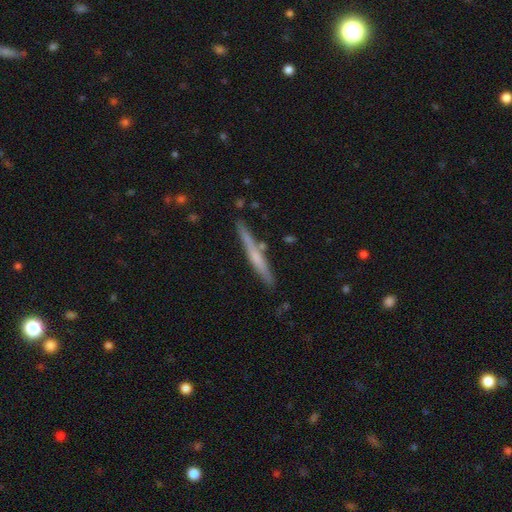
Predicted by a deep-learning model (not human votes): This is possibly a featured or disk galaxy (50%). It is clearly viewed edge-on (96%). Merging: clearly none (82%).